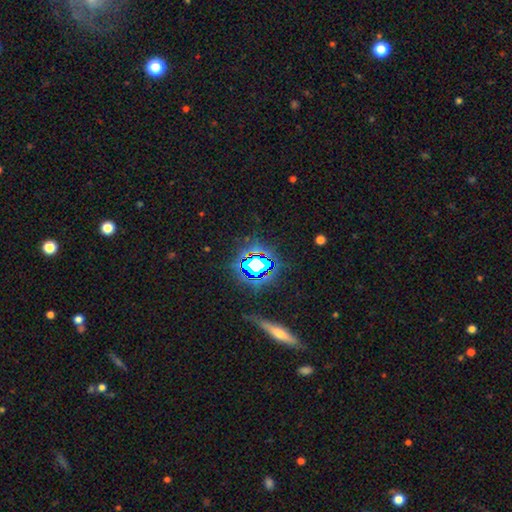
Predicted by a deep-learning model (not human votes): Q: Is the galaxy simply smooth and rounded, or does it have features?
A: star or artifact — 70%.